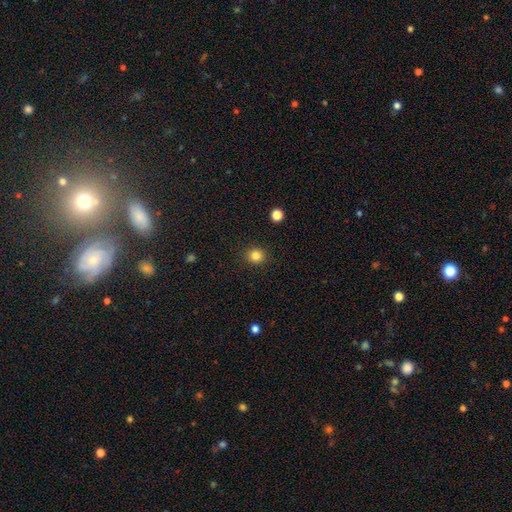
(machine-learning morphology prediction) smooth-or-featured: smooth: 83% | star or artifact: 12% | featured or disk: 5%
  how-rounded: round: 87% | in between: 12% | cigar-shaped: 1%
  merging: none: 91% | minor disturbance: 6% | major disturbance: 2% | merger: 1%